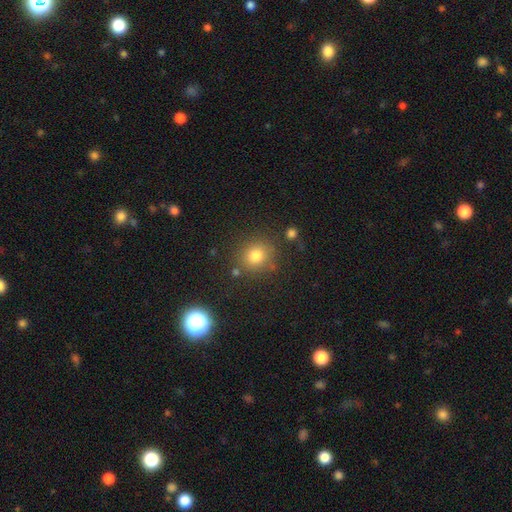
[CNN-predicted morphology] This appears to be a smooth galaxy with no disk features (77%) that is round (84%). Merging: none (82%).